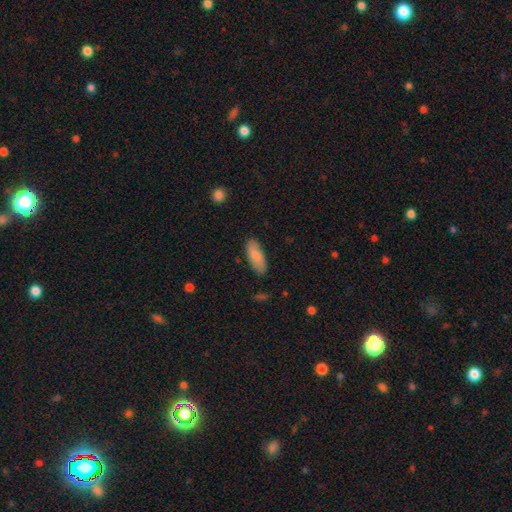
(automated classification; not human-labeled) smooth-or-featured: smooth: 83% | featured or disk: 11% | star or artifact: 6%
  how-rounded: in between: 77% | cigar-shaped: 21% | round: 2%
  merging: none: 84% | minor disturbance: 12% | major disturbance: 2% | merger: 1%